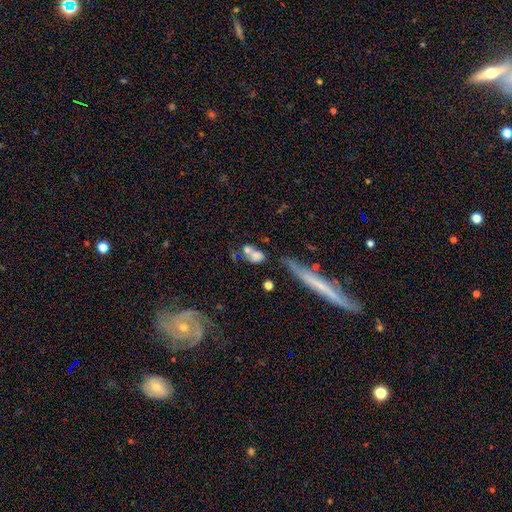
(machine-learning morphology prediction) A smooth galaxy with no disk features (68%) that is in between round and cigar-shaped (64%).

Vote fractions:
- Smooth or featured? smooth: 68% / featured or disk: 21% / star or artifact: 11%
- How rounded? in between: 64% / round: 28% / cigar-shaped: 8%
- Merging? merger: 43% / none: 30% / minor disturbance: 15% / major disturbance: 12%